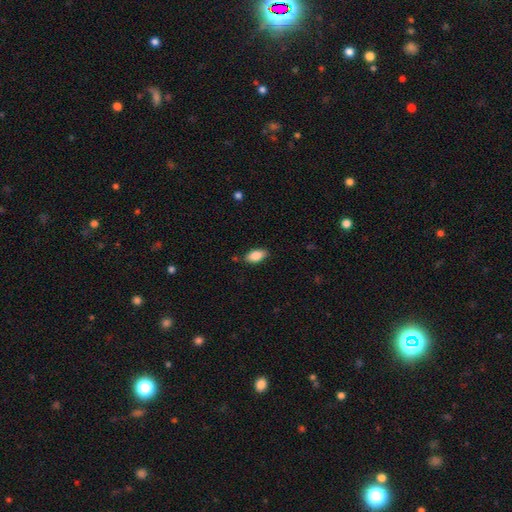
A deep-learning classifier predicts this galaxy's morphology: Overall: smooth (85%). How rounded: in between (90%). Merging: none (82%).